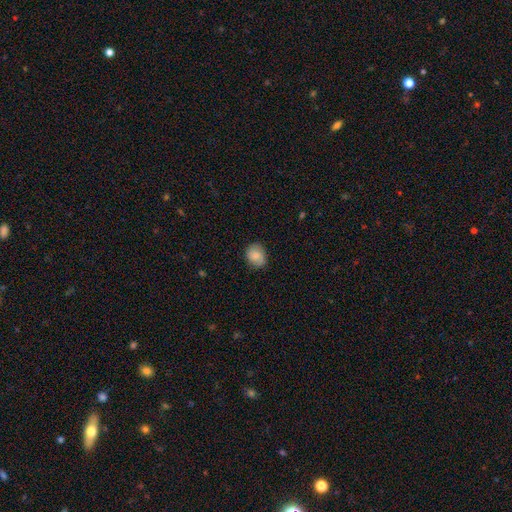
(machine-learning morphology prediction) A smooth galaxy with no disk features (81%) that is round (57%).

Vote fractions:
- Smooth or featured? smooth: 81% / featured or disk: 11% / star or artifact: 8%
- How rounded? round: 57% / in between: 42% / cigar-shaped: 1%
- Merging? none: 78% / minor disturbance: 17% / major disturbance: 3% / merger: 1%